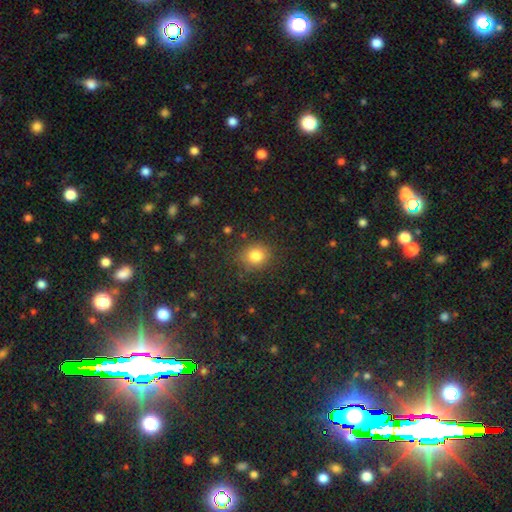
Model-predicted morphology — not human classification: Smooth or featured?
  - smooth: 82% *
  - star or artifact: 12%
  - featured or disk: 6%
How rounded?
  - round: 76% *
  - in between: 23%
  - cigar-shaped: 1%
Merging?
  - none: 85% *
  - minor disturbance: 10%
  - major disturbance: 4%
  - merger: 1%